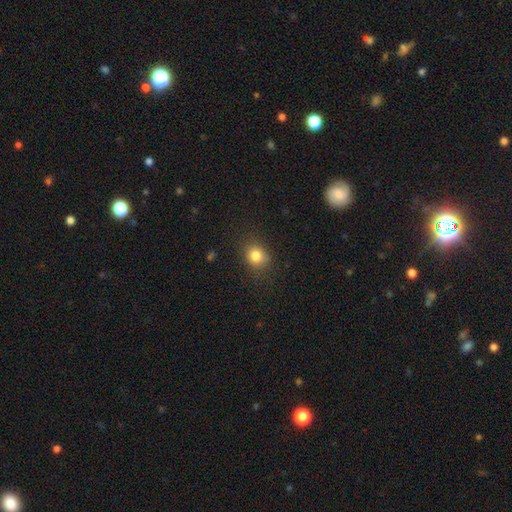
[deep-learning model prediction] smooth_or_featured: smooth (p=0.82) [alt: star or artifact p=0.12]
how_rounded: round (p=0.65) [alt: in between p=0.34]
merging: none (p=0.81) [alt: minor disturbance p=0.13]